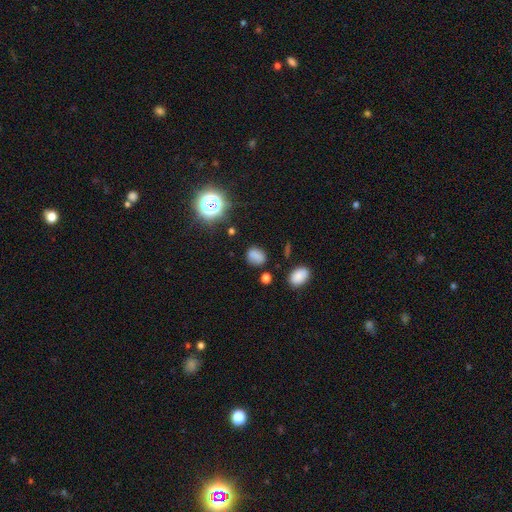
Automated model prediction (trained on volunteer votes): Smooth or featured? Predicted: smooth (p=0.72). How rounded? Predicted: in between (p=0.54). Merging? Predicted: none (p=0.70).